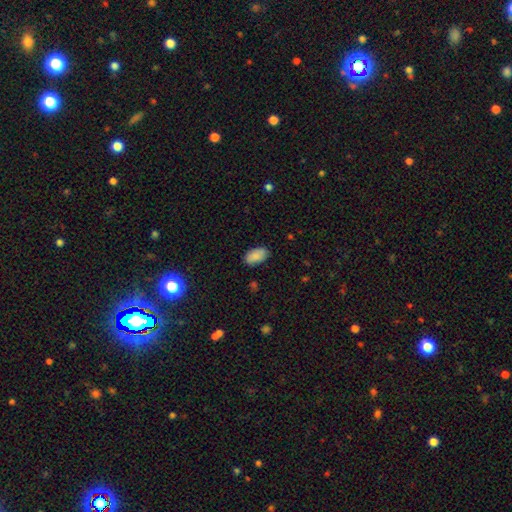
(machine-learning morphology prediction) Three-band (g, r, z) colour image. It shows a smooth galaxy with no disk features (87%) that is in between round and cigar-shaped (94%). Merging: none (82%).